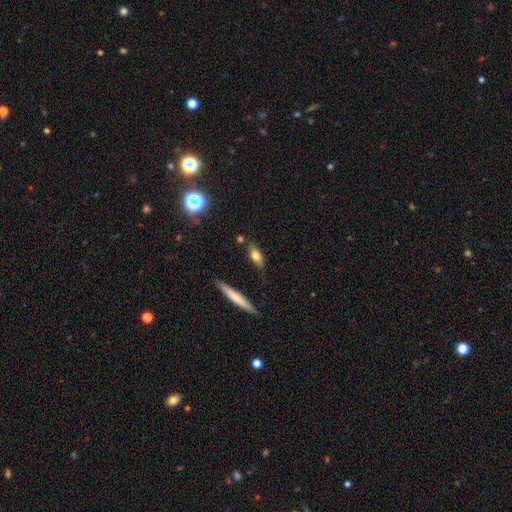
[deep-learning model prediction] smooth_or_featured: smooth (p=0.69) [alt: featured or disk p=0.22]
how_rounded: in between (p=0.60) [alt: cigar-shaped p=0.35]
merging: none (p=0.77) [alt: minor disturbance p=0.14]